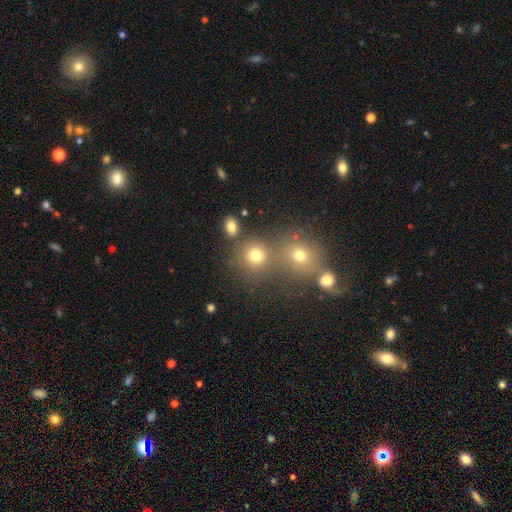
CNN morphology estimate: smooth 75%, star or artifact 16%, featured or disk 8%. Down the decision tree: how rounded — round (85%); merging — none (62%).